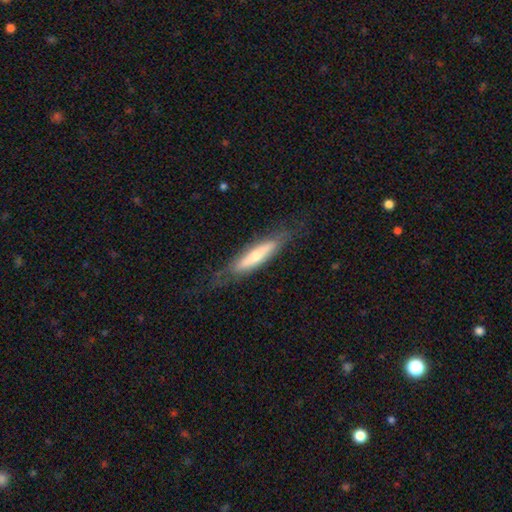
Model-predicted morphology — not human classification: The model was most divided on "smooth or featured": featured or disk: 55%, smooth: 37%, star or artifact: 8%. More confident: edge-on disk — yes (73%); merging — none (72%).